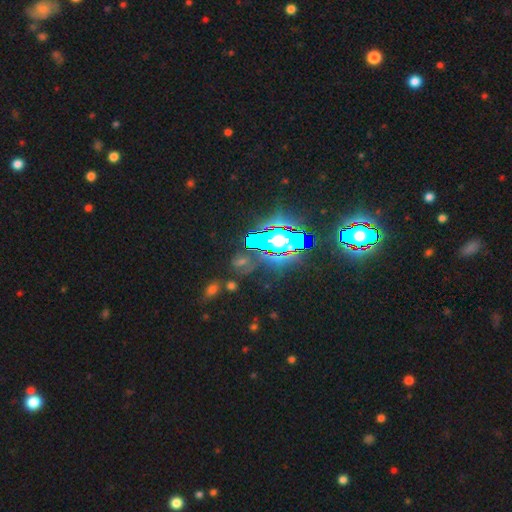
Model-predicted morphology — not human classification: This appears to be a star or artifact, not a galaxy (84%).